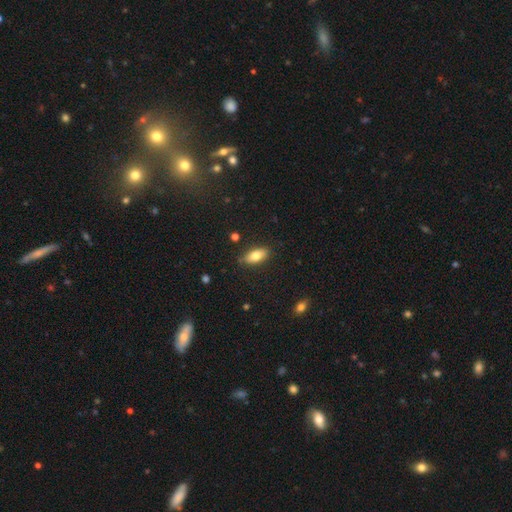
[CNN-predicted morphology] type=smooth (79%); roundness=in between (86%); merging=none (85%).